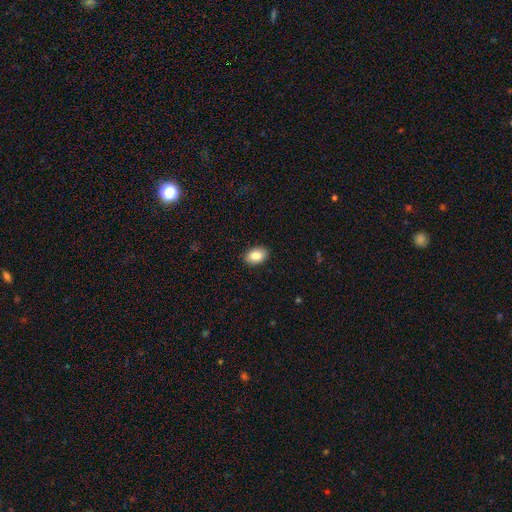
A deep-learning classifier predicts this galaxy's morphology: type=smooth (87%); roundness=in between (86%); merging=none (89%).